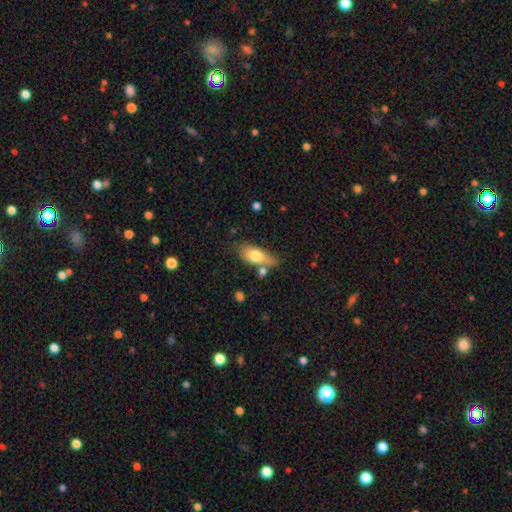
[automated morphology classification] smooth_or_featured: smooth (p=0.72) [alt: featured or disk p=0.22]
how_rounded: in between (p=0.78) [alt: cigar-shaped p=0.18]
merging: none (p=0.59) [alt: minor disturbance p=0.22]